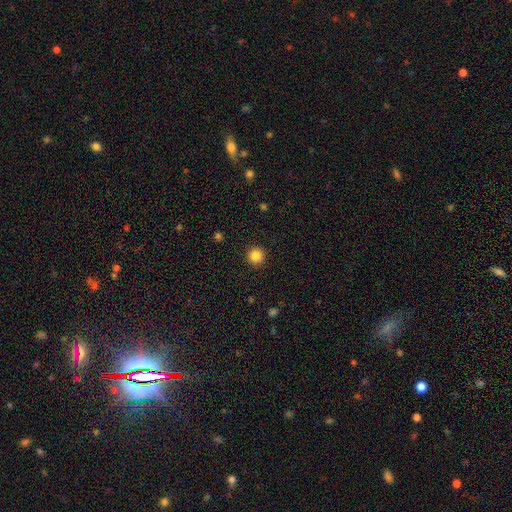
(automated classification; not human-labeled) Smooth or featured: smooth — 85% (star or artifact — 11%)
How rounded: round — 95% (in between — 4%)
Merging: none — 92% (minor disturbance — 5%)